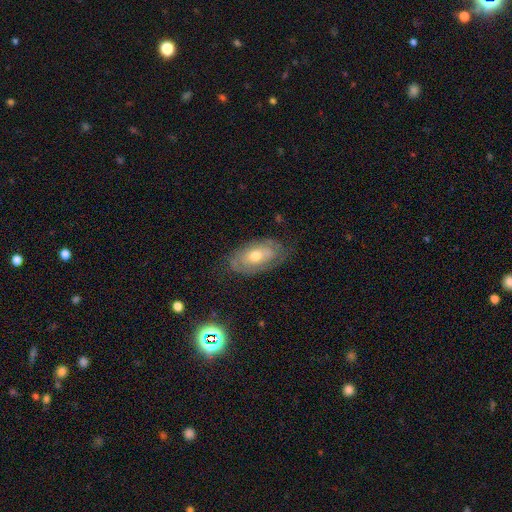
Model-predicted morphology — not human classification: Smooth or featured? featured or disk (58%)
Edge-on disk? no (90%)
Bar? no (79%)
Spiral arms? yes (59%)
Bulge size? moderate (70%)
Merging? none (70%)